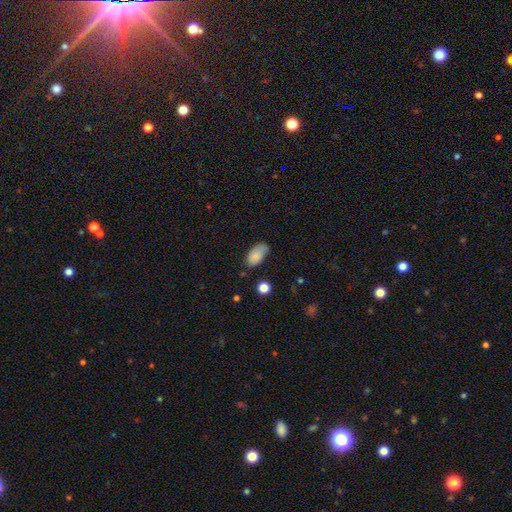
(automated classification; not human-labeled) The model was most divided on "merging": none: 56%, minor disturbance: 30%, major disturbance: 8%, merger: 5%. More confident: how rounded — in between (92%); smooth or featured — smooth (81%).